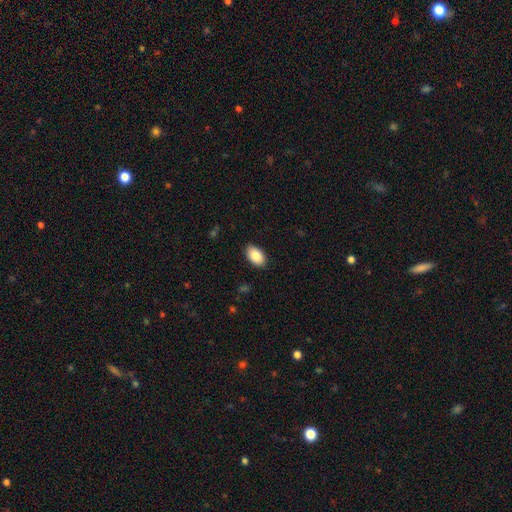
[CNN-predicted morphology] A smooth galaxy with no disk features (88%) that is in between round and cigar-shaped (93%).

Vote fractions:
- Smooth or featured? smooth: 88% / star or artifact: 7% / featured or disk: 6%
- How rounded? in between: 93% / round: 5% / cigar-shaped: 1%
- Merging? none: 89% / minor disturbance: 9% / major disturbance: 2% / merger: 1%